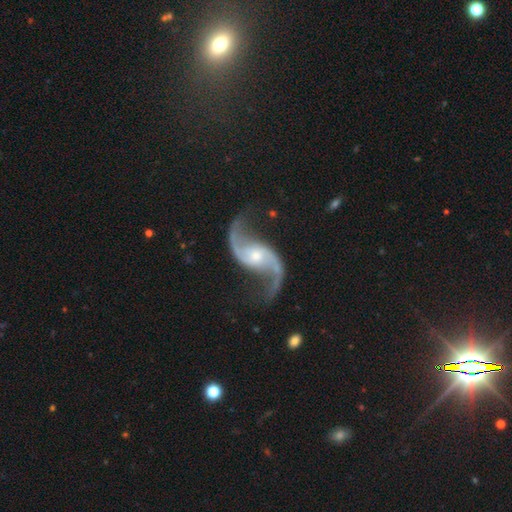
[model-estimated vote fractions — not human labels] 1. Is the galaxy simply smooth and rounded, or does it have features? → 93% featured or disk, 4% star or artifact, 3% smooth.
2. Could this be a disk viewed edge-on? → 97% no, 3% yes.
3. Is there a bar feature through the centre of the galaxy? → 49% no, 37% weak, 15% strong.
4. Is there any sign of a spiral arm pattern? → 98% yes, 2% no.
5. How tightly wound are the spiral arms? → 82% loose, 15% medium, 3% tight.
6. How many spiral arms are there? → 95% 2, 1% 1, 1% can't tell, 1% 3, 1% 4, 1% more than 4.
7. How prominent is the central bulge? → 46% moderate, 45% small, 5% large, 3% none, 1% dominant.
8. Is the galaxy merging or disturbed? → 78% none, 12% minor disturbance, 7% major disturbance, 2% merger.